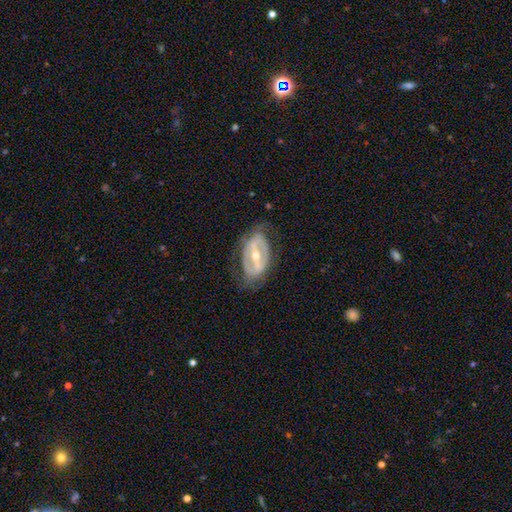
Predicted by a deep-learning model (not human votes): This appears to be a featured or disk galaxy (80%) with a strong bar (60%), spiral arms (54%) and a moderate central bulge (61%). Merging: none (68%).